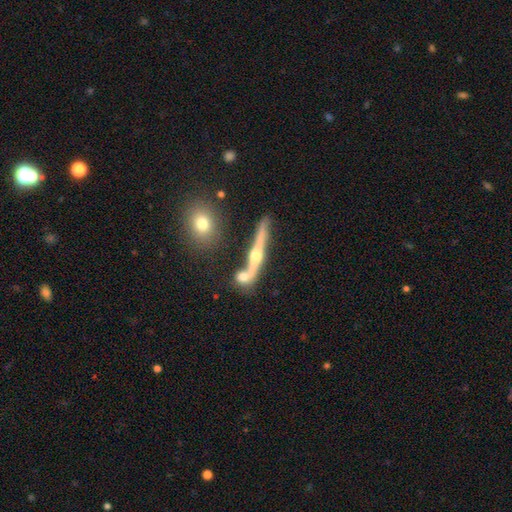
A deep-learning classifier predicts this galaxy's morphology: This appears to be a featured or disk galaxy (76%) viewed edge-on (93%) with a rounded central bulge (92%). Merging: none (64%).